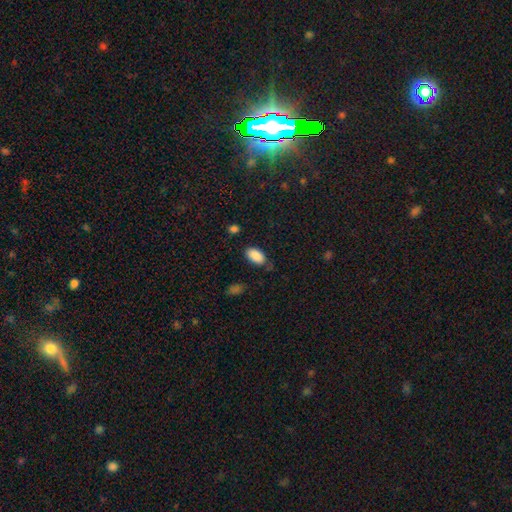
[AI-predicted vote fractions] Overall: smooth (89%). How rounded: in between (95%). Merging: none (74%).